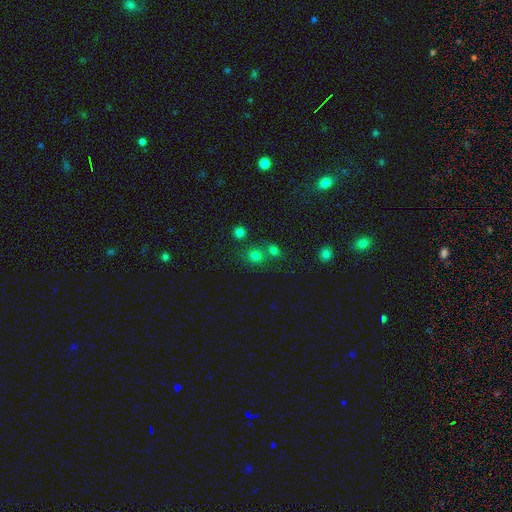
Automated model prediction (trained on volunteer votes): This appears to be a smooth galaxy with no disk features (73%) that is round (84%). Merging: none (62%).